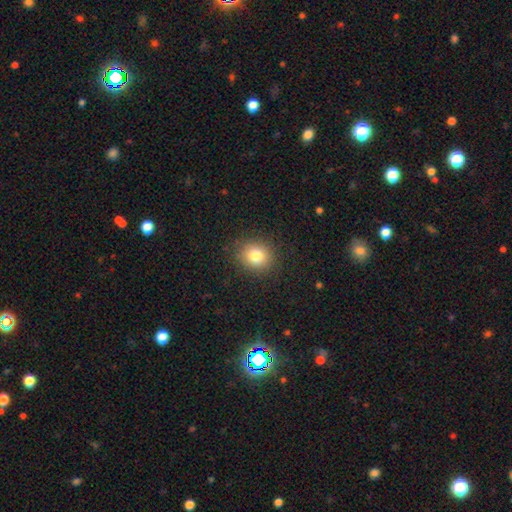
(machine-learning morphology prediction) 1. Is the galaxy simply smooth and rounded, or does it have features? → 81% smooth, 11% star or artifact, 8% featured or disk.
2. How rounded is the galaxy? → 77% round, 22% in between, 1% cigar-shaped.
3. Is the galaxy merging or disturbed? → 88% none, 8% minor disturbance, 3% major disturbance, 1% merger.